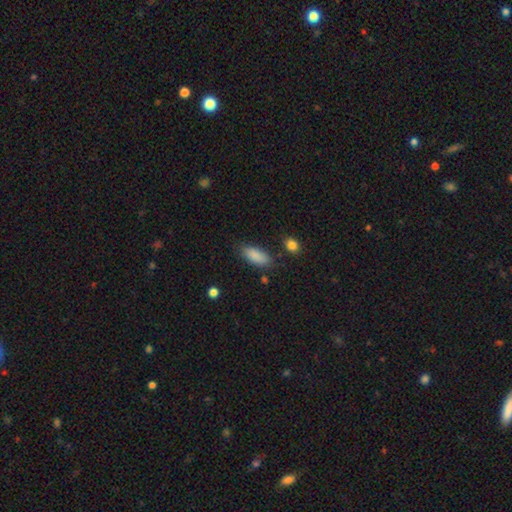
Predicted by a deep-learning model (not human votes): Morphology: type=smooth (88%); roundness=in between (83%); merging=none (79%).